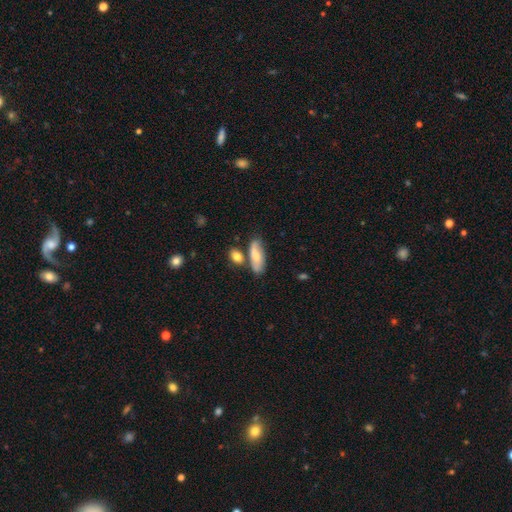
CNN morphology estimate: A smooth galaxy with no disk features (65%) that is in between round and cigar-shaped (72%). Merging: none (56%).